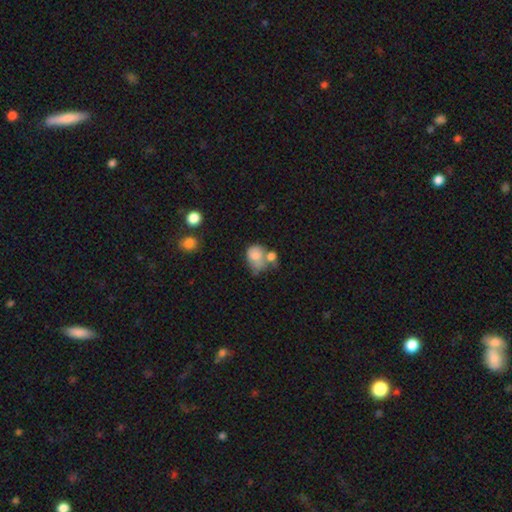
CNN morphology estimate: A smooth galaxy with no disk features (69%) that is in between round and cigar-shaped (52%).

Vote fractions:
- Smooth or featured? smooth: 69% / featured or disk: 22% / star or artifact: 9%
- How rounded? in between: 52% / round: 47% / cigar-shaped: 1%
- Merging? merger: 40% / none: 22% / minor disturbance: 20% / major disturbance: 18%